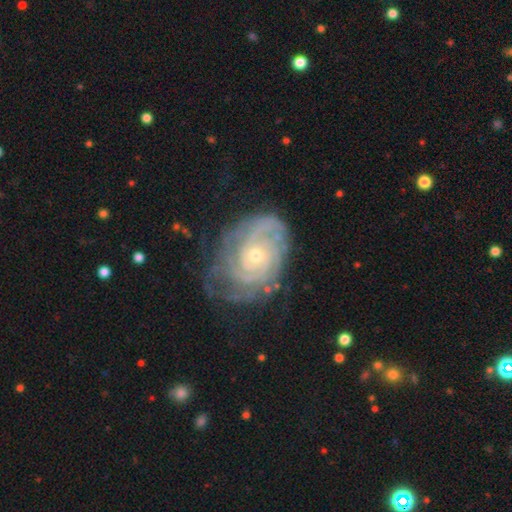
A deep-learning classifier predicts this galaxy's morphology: Smooth or featured?
  - featured or disk: 89% *
  - smooth: 6%
  - star or artifact: 6%
Edge-on disk?
  - no: 97% *
  - yes: 3%
Bar?
  - no: 78% *
  - weak: 18%
  - strong: 4%
Spiral arms?
  - yes: 97% *
  - no: 3%
Spiral winding?
  - tight: 78% *
  - medium: 19%
  - loose: 3%
Spiral arm count?
  - can't tell: 29% *
  - 2: 23%
  - 3: 20%
  - 4: 14%
  - more than 4: 8%
  - 1: 6%
Bulge size?
  - small: 66% *
  - moderate: 31%
  - large: 1%
  - none: 1%
  - dominant: 1%
Merging?
  - none: 66% *
  - minor disturbance: 22%
  - major disturbance: 10%
  - merger: 2%